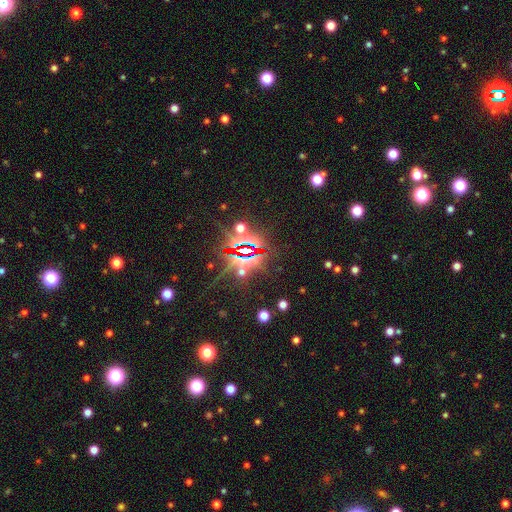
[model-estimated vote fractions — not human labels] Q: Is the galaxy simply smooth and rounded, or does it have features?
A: star or artifact — 84%.